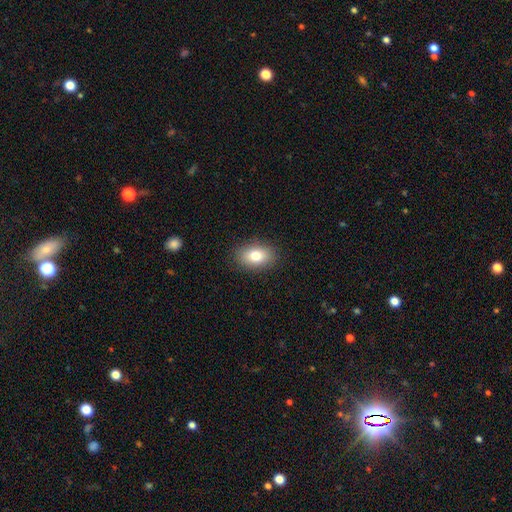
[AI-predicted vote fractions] Overall: smooth (79%). How rounded: in between (83%). Merging: none (88%).